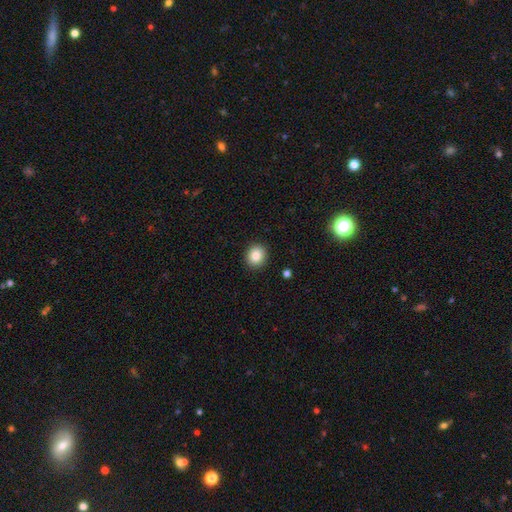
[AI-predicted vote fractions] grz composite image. It shows a smooth galaxy with no disk features (85%) that is round (82%). Merging: none (91%).